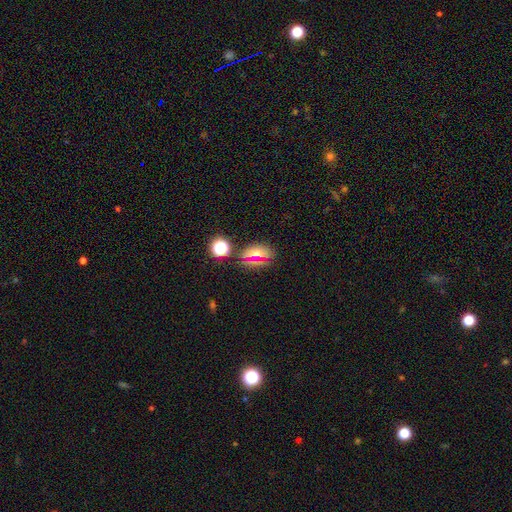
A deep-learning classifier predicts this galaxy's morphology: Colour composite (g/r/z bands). It shows a smooth galaxy with no disk features (54%) that is in between round and cigar-shaped (69%). Merging: none (77%).